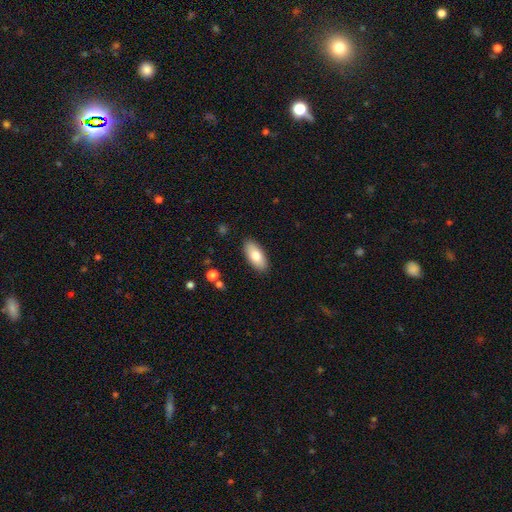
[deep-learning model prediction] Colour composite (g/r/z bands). It shows a smooth galaxy with no disk features (78%) that is in between round and cigar-shaped (88%). Merging: none (89%).